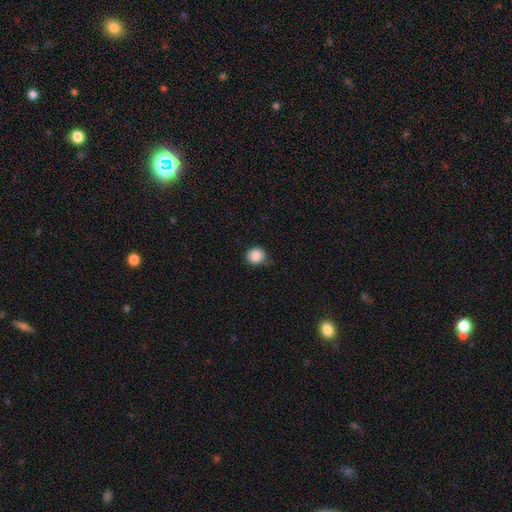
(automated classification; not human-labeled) Smooth or featured? smooth (87%)
How rounded? round (87%)
Merging? none (71%)